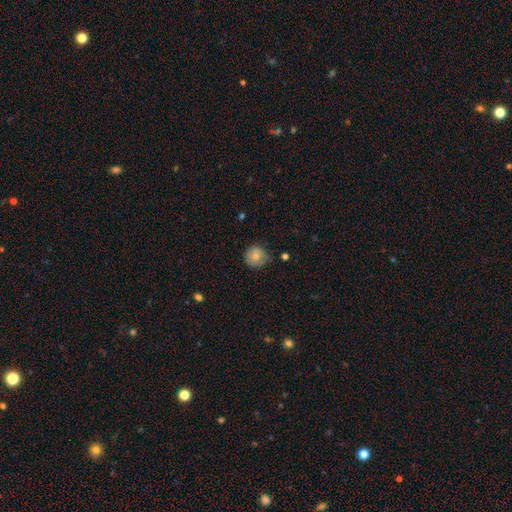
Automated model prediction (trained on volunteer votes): smooth-or-featured: smooth: 78% | featured or disk: 14% | star or artifact: 9%
  how-rounded: round: 90% | in between: 9% | cigar-shaped: 1%
  merging: none: 70% | minor disturbance: 24% | major disturbance: 4% | merger: 2%